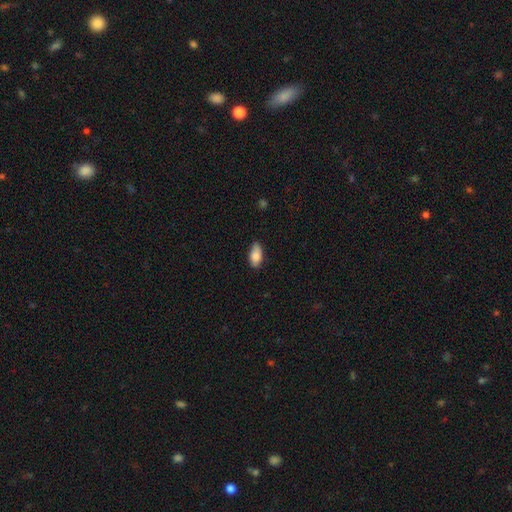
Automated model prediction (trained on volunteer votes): The model was most divided on "merging": none: 67%, minor disturbance: 27%, major disturbance: 4%, merger: 1%. More confident: how rounded — in between (91%); smooth or featured — smooth (84%).